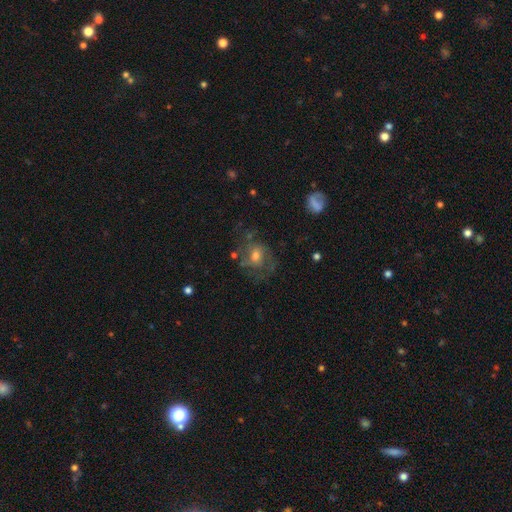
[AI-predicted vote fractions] Smooth or featured? featured or disk (55%)
Edge-on disk? no (96%)
Bar? no (64%)
Spiral arms? yes (66%)
Bulge size? moderate (58%)
Merging? none (55%)